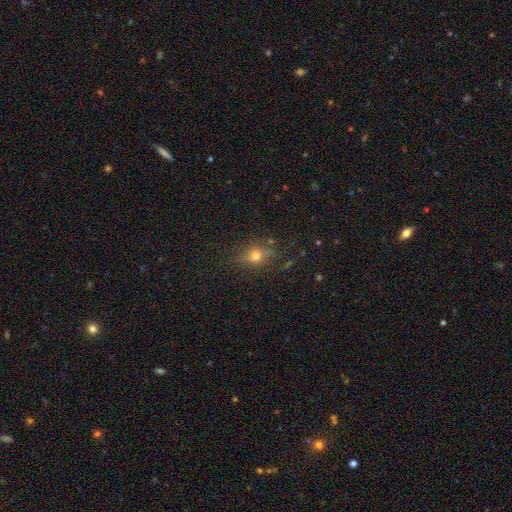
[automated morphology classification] This appears to be a smooth galaxy with no disk features (63%) that is in between round and cigar-shaped (47%, tied with round). Merging: none (76%).